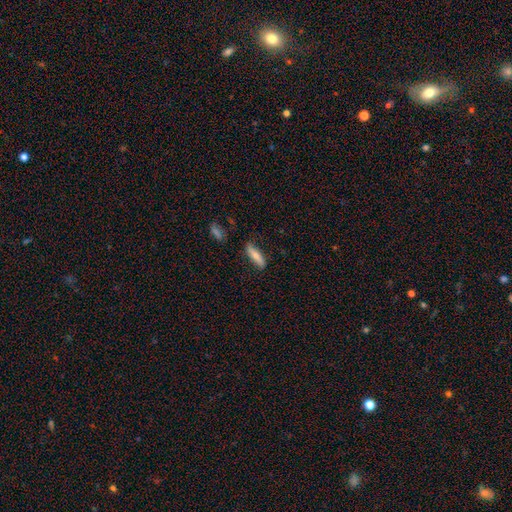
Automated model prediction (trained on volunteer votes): This appears to be a smooth galaxy with no disk features (70%) that is cigar-shaped (72%). Merging: none (80%).